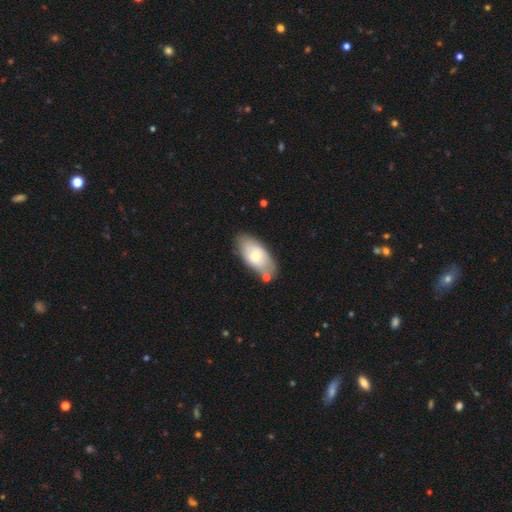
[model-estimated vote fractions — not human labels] Smooth or featured?
  - smooth: 61% *
  - featured or disk: 33%
  - star or artifact: 6%
How rounded?
  - in between: 91% *
  - cigar-shaped: 6%
  - round: 3%
Merging?
  - none: 71% *
  - minor disturbance: 16%
  - merger: 9%
  - major disturbance: 4%